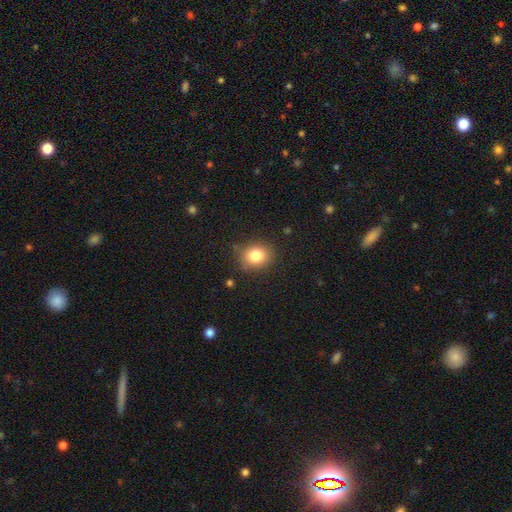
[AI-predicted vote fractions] smooth-or-featured: smooth: 81% | star or artifact: 11% | featured or disk: 8%
  how-rounded: round: 69% | in between: 30% | cigar-shaped: 1%
  merging: none: 84% | minor disturbance: 12% | major disturbance: 3% | merger: 1%